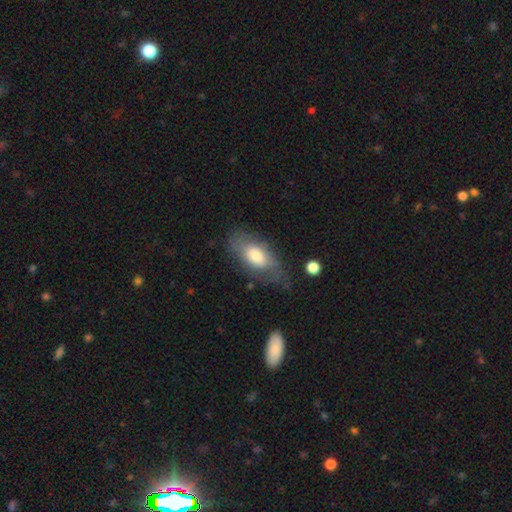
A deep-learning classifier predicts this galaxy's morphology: type=smooth (63%); roundness=in between (89%); merging=none (60%).